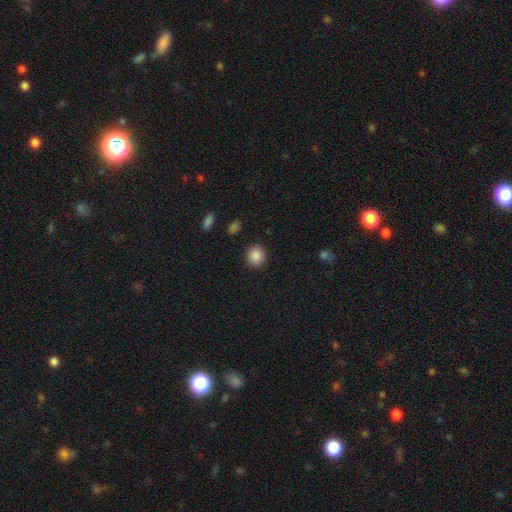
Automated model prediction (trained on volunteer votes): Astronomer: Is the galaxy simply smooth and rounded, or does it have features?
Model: smooth — 87%.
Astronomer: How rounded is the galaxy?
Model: round — 87%.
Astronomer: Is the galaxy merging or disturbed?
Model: none — 91%.